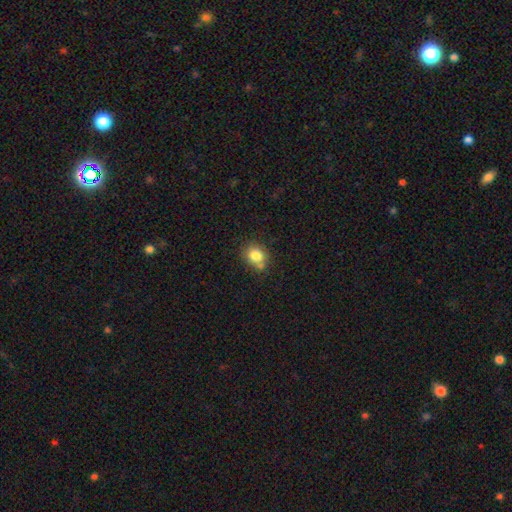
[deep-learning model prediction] The model was most divided on "how rounded": round: 63%, in between: 36%, cigar-shaped: 1%. More confident: smooth or featured — smooth (80%); merging — none (63%).